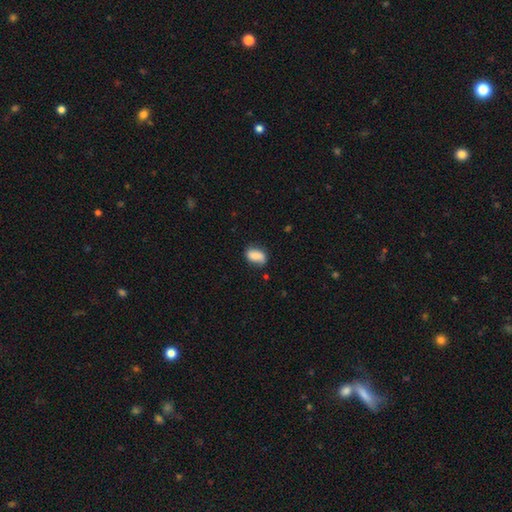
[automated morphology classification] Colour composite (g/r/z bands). It shows a smooth galaxy with no disk features (83%) that is in between round and cigar-shaped (87%). Merging: none (70%).